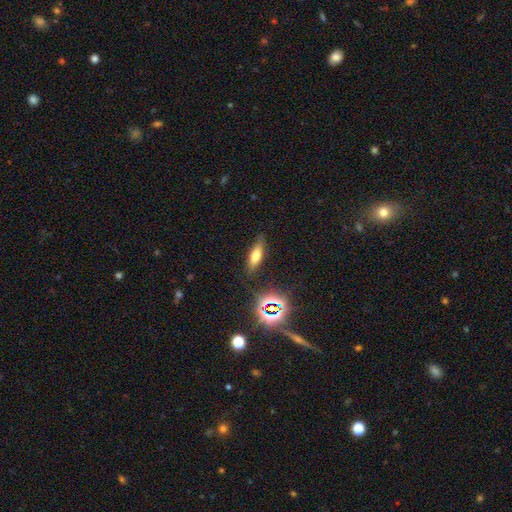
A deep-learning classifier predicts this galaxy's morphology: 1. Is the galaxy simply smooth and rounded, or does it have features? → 61% smooth, 22% featured or disk, 17% star or artifact.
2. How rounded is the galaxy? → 51% in between, 45% cigar-shaped, 4% round.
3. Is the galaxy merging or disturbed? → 81% none, 13% minor disturbance, 4% major disturbance, 2% merger.